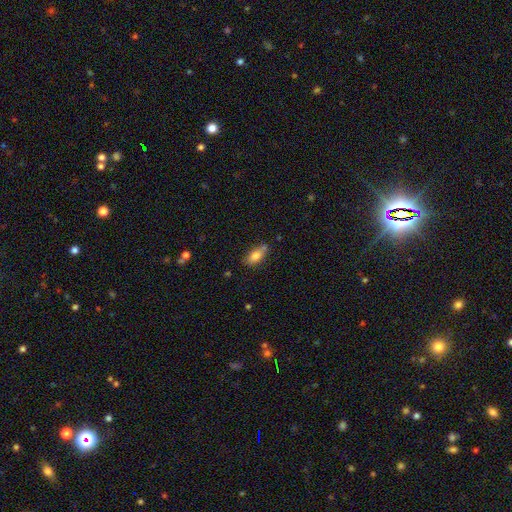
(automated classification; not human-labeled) smooth-or-featured: smooth: 80% | featured or disk: 11% | star or artifact: 9%
  how-rounded: in between: 84% | cigar-shaped: 10% | round: 5%
  merging: none: 61% | minor disturbance: 22% | merger: 13% | major disturbance: 5%